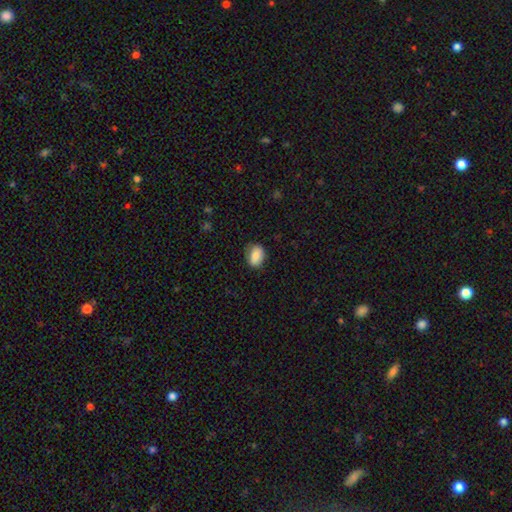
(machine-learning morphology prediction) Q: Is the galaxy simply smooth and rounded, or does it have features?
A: smooth — 86%.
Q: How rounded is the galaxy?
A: in between — 78%.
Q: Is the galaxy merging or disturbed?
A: none — 80%.